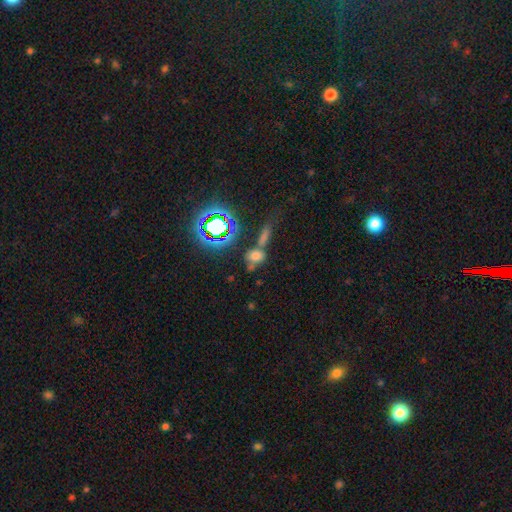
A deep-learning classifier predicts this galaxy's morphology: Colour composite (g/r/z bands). It shows a smooth galaxy with no disk features (59%) that is in between round and cigar-shaped (50%). Merging: none (44%).